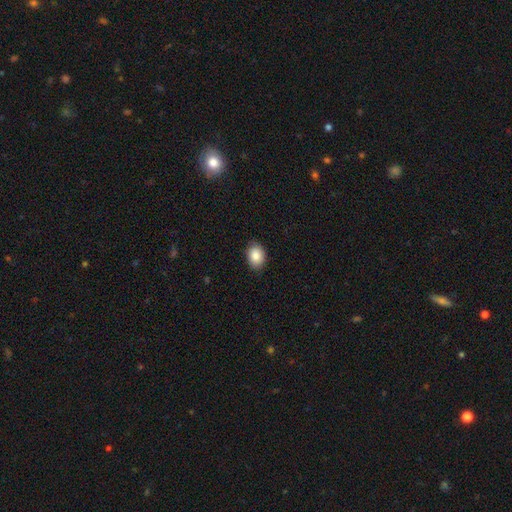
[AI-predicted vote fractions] The model was most divided on "how rounded": in between: 74%, round: 25%, cigar-shaped: 1%. More confident: smooth or featured — smooth (88%); merging — none (86%).